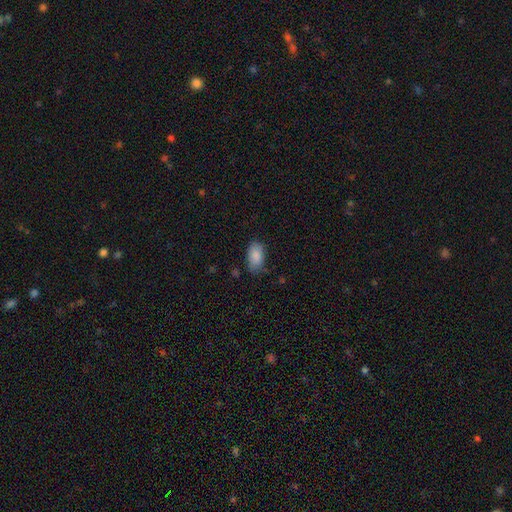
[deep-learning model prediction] A smooth galaxy with no disk features (88%) that is in between round and cigar-shaped (93%).

Vote fractions:
- Smooth or featured? smooth: 88% / star or artifact: 7% / featured or disk: 5%
- How rounded? in between: 93% / round: 6% / cigar-shaped: 2%
- Merging? none: 74% / minor disturbance: 20% / major disturbance: 4% / merger: 2%